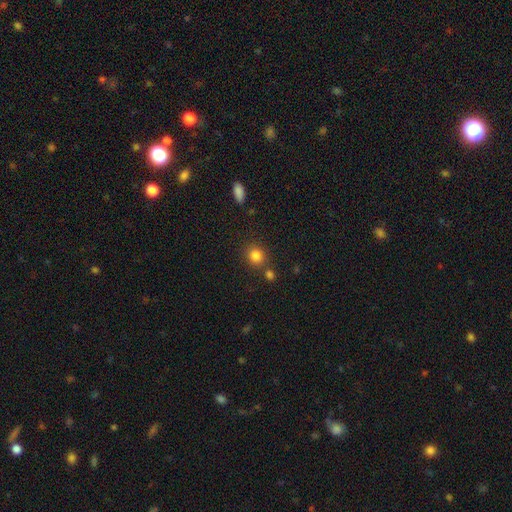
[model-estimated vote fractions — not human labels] smooth_or_featured: smooth (p=0.83) [alt: star or artifact p=0.12]
how_rounded: round (p=0.79) [alt: in between p=0.20]
merging: none (p=0.75) [alt: merger p=0.11]